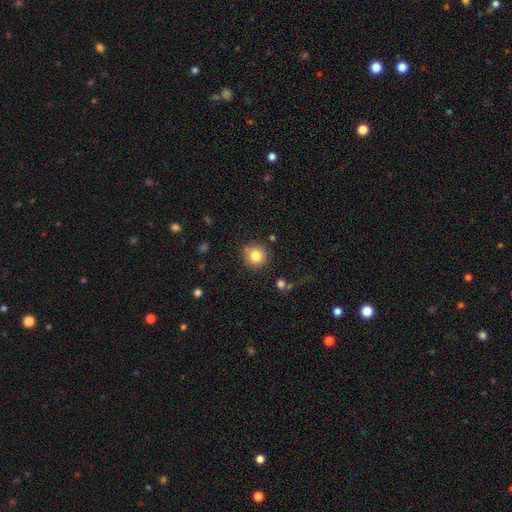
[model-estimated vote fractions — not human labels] smooth-or-featured: smooth: 82% | star or artifact: 10% | featured or disk: 8%
  how-rounded: round: 94% | in between: 5% | cigar-shaped: 1%
  merging: none: 82% | minor disturbance: 9% | merger: 6% | major disturbance: 3%